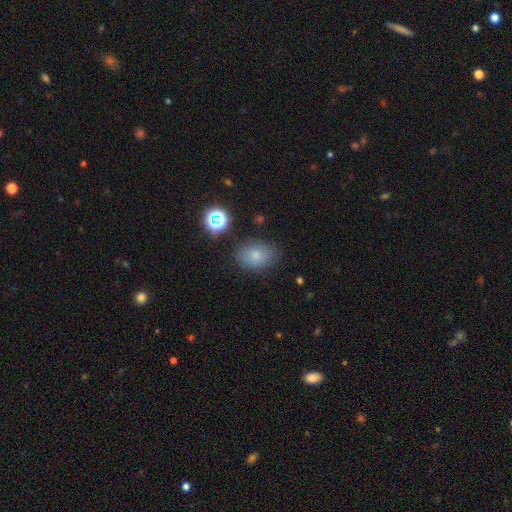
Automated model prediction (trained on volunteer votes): smooth 77%, star or artifact 13%, featured or disk 10%. Down the decision tree: how rounded — in between (71%); merging — none (80%).